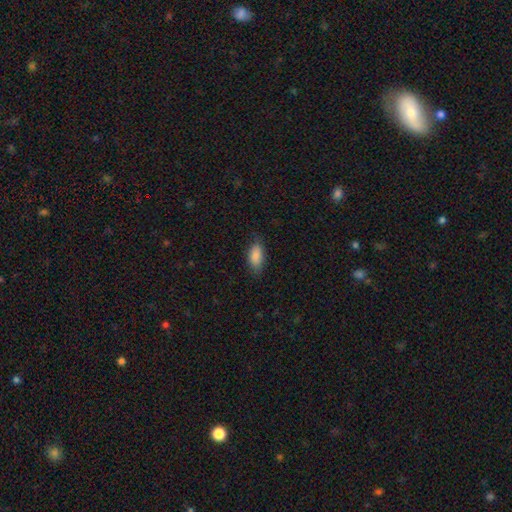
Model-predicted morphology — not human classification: A smooth galaxy with no disk features (87%) that is in between round and cigar-shaped (89%).

Vote fractions:
- Smooth or featured? smooth: 87% / star or artifact: 7% / featured or disk: 6%
- How rounded? in between: 89% / cigar-shaped: 8% / round: 3%
- Merging? none: 78% / minor disturbance: 17% / major disturbance: 4% / merger: 1%